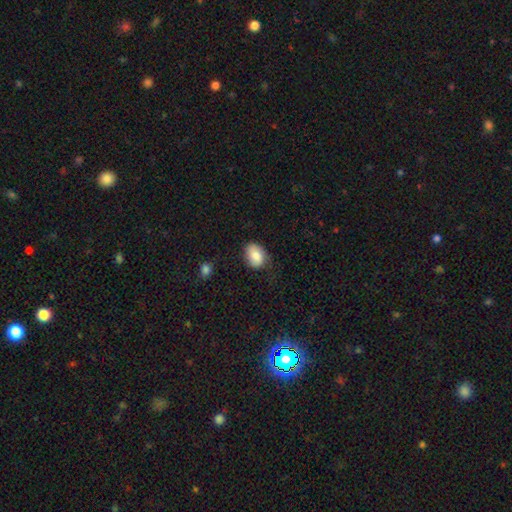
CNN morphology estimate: Smooth or featured? Predicted: smooth (p=0.82). How rounded? Predicted: in between (p=0.76). Merging? Predicted: none (p=0.66).